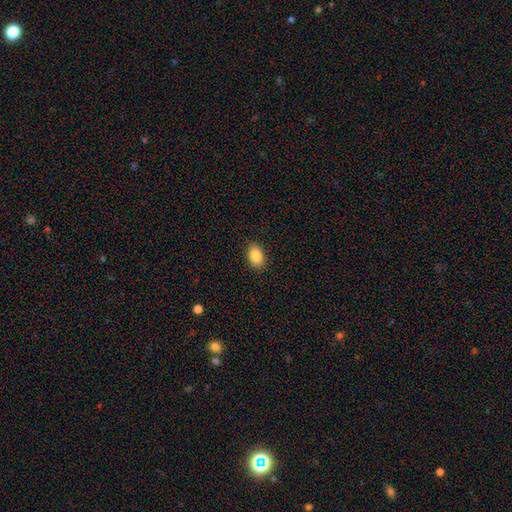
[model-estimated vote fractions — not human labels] A smooth galaxy with no disk features (87%) that is in between round and cigar-shaped (87%). Merging: none (89%).